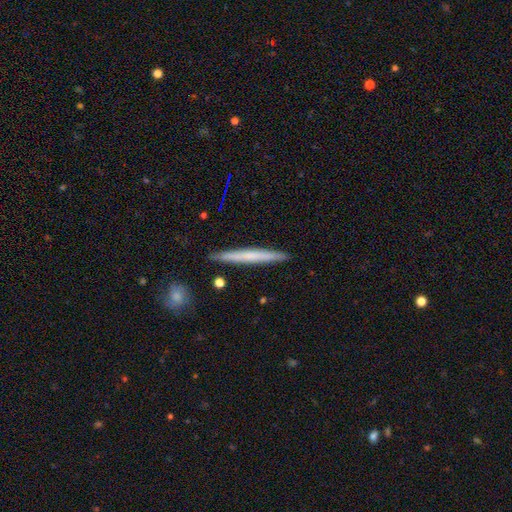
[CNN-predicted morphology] Smooth or featured?
  - smooth: 50% *
  - featured or disk: 43%
  - star or artifact: 6%
How rounded?
  - cigar-shaped: 97% *
  - in between: 2%
  - round: 1%
Merging?
  - none: 90% *
  - minor disturbance: 7%
  - merger: 2%
  - major disturbance: 1%